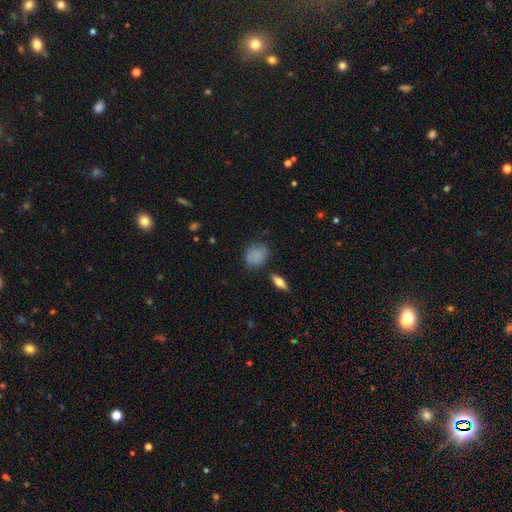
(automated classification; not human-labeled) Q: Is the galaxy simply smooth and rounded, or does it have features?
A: smooth — 80%.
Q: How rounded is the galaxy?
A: round — 52%.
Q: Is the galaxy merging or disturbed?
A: none — 67%.